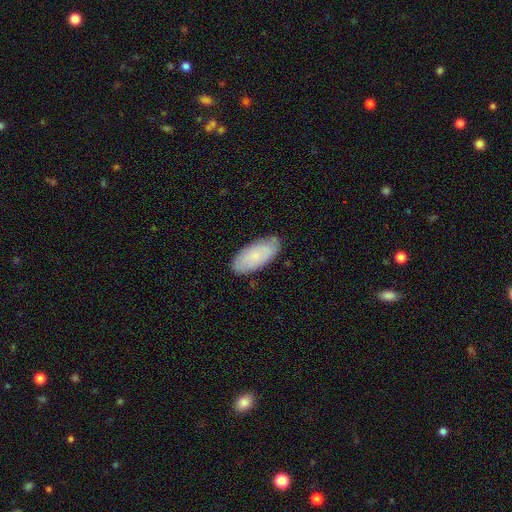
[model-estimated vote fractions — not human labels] Smooth or featured: smooth — 77% (featured or disk — 17%)
How rounded: in between — 88% (cigar-shaped — 10%)
Merging: none — 82% (minor disturbance — 15%)